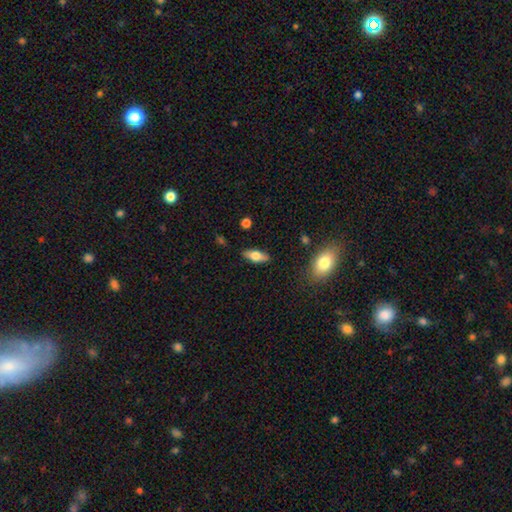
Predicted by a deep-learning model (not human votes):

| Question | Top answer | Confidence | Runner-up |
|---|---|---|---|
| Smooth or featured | smooth | 60% | featured or disk (33%) |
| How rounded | in between | 73% | cigar-shaped (24%) |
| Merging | none | 86% | minor disturbance (10%) |